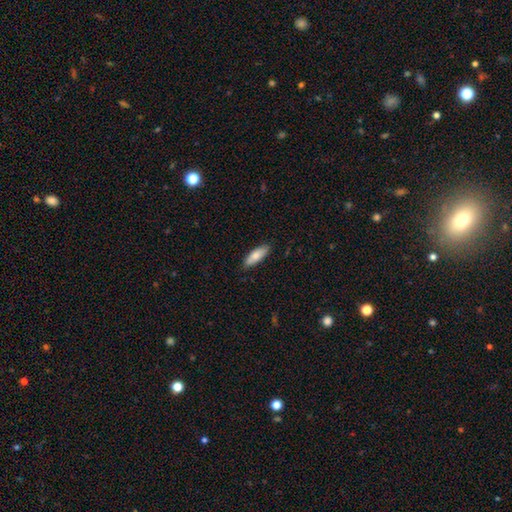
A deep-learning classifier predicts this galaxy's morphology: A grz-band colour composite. It shows a smooth galaxy with no disk features (80%) that is in between round and cigar-shaped (57%). Merging: none (87%).